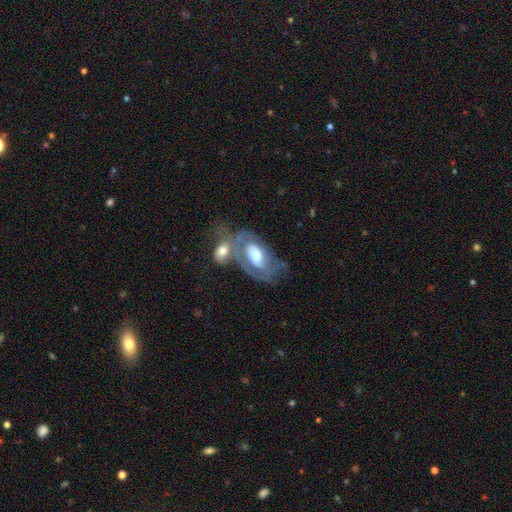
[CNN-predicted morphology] Smooth or featured?
  - featured or disk: 67% *
  - smooth: 27%
  - star or artifact: 6%
Edge-on disk?
  - no: 93% *
  - yes: 7%
Bar?
  - no: 49% *
  - weak: 36%
  - strong: 15%
Spiral arms?
  - yes: 71% *
  - no: 29%
Bulge size?
  - moderate: 58% *
  - large: 29%
  - small: 9%
  - dominant: 2%
  - none: 2%
Merging?
  - merger: 47% *
  - none: 23%
  - major disturbance: 15%
  - minor disturbance: 14%